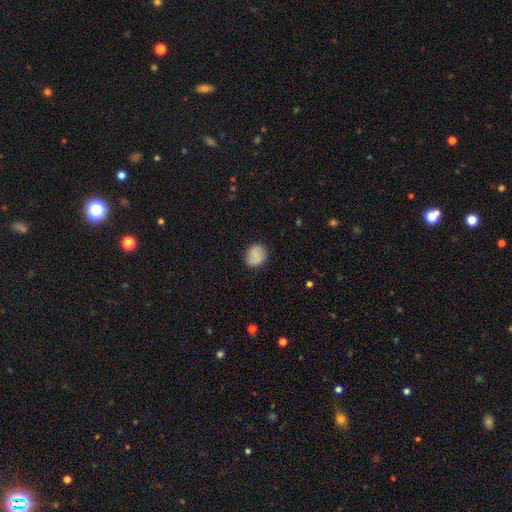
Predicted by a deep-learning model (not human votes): This appears to be a smooth galaxy with no disk features (81%) that is round (59%). Merging: none (82%).